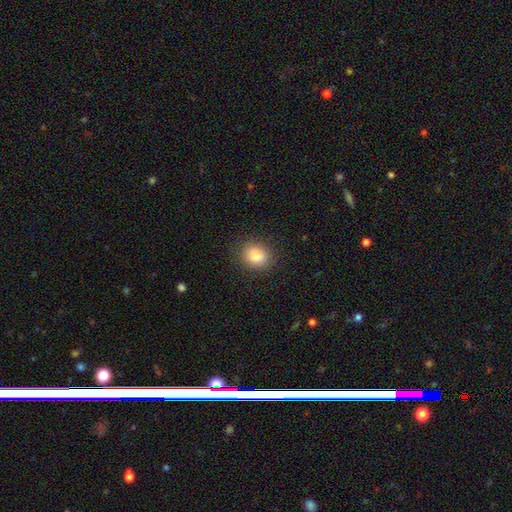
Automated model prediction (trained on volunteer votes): This is clearly a smooth galaxy (86%). How rounded: possibly round (60%). Merging: clearly none (86%).